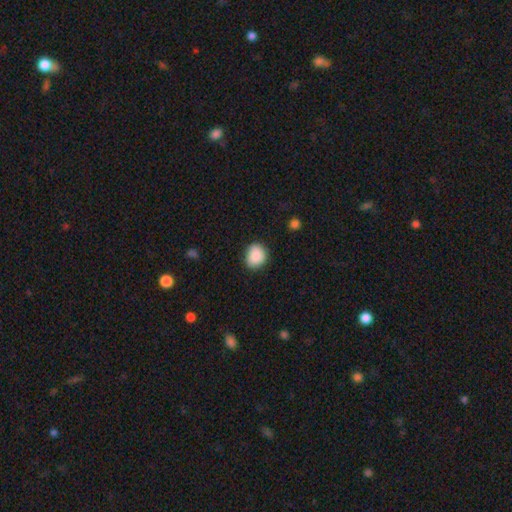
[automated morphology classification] Overall: smooth (88%). How rounded: round (62%; in between 37%). Merging: none (81%).